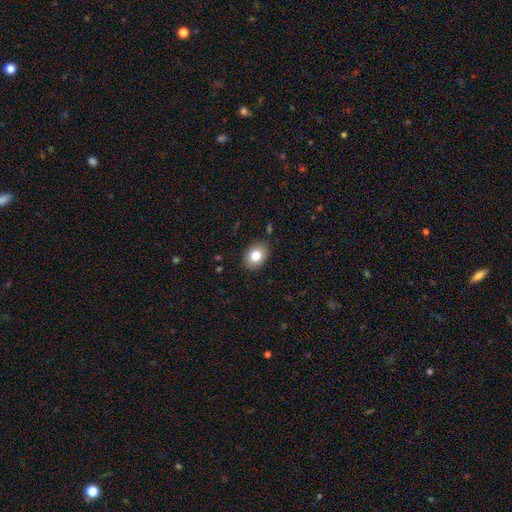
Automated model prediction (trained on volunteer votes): smooth 82%, featured or disk 10%, star or artifact 9%. Down the decision tree: how rounded — in between (69%); merging — none (88%).